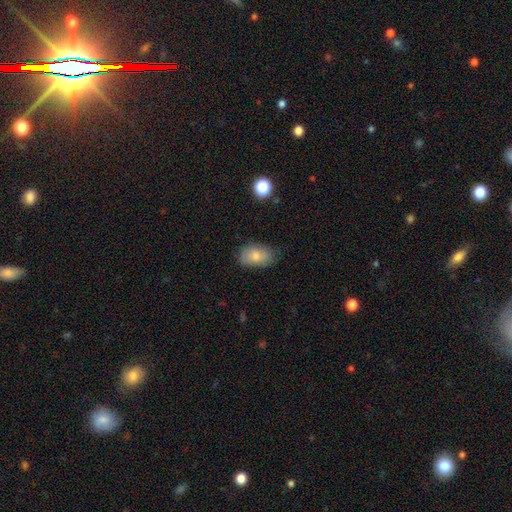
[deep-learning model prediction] This is likely a smooth galaxy (77%). How rounded: clearly in between (90%). Merging: likely none (73%).